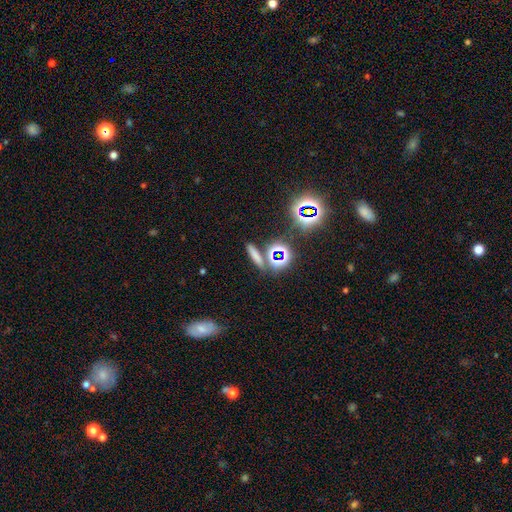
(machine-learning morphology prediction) Smooth or featured? Predicted: smooth (p=0.61). How rounded? Predicted: cigar-shaped (p=0.73). Merging? Predicted: none (p=0.80).